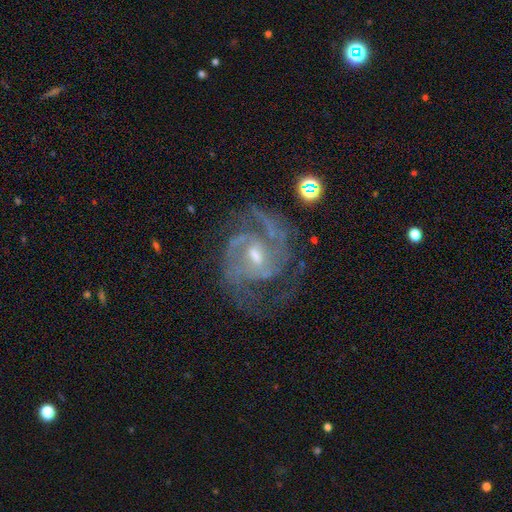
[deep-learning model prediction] Q: Smooth or featured?
A: featured or disk (89%); runner-up: star or artifact (6%)
Q: Edge-on disk?
A: no (98%); runner-up: yes (2%)
Q: Bar?
A: weak (57%); runner-up: no (30%)
Q: Spiral arms?
A: yes (97%); runner-up: no (3%)
Q: Spiral winding?
A: medium (53%); runner-up: tight (32%)
Q: Spiral arm count?
A: 2 (54%); runner-up: 3 (19%)
Q: Bulge size?
A: moderate (48%); runner-up: small (44%)
Q: Merging?
A: none (60%); runner-up: major disturbance (19%)